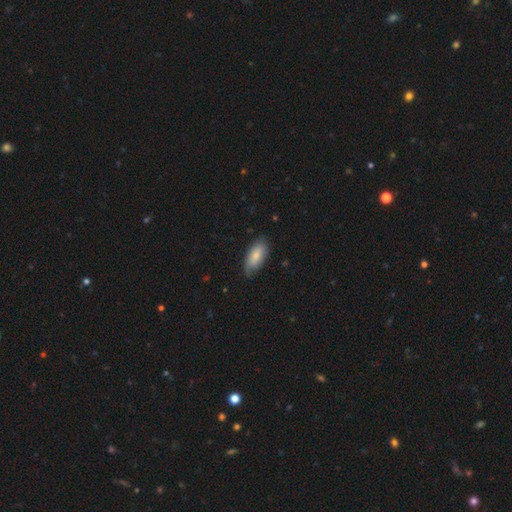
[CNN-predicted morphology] Smooth or featured? Predicted: smooth (p=0.79). How rounded? Predicted: in between (p=0.87). Merging? Predicted: none (p=0.71).